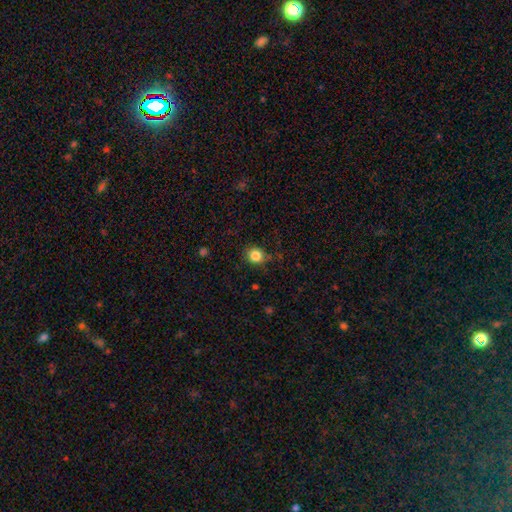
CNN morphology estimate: Q: Smooth or featured?
A: smooth (83%); runner-up: star or artifact (11%)
Q: How rounded?
A: round (84%); runner-up: in between (16%)
Q: Merging?
A: none (80%); runner-up: minor disturbance (15%)